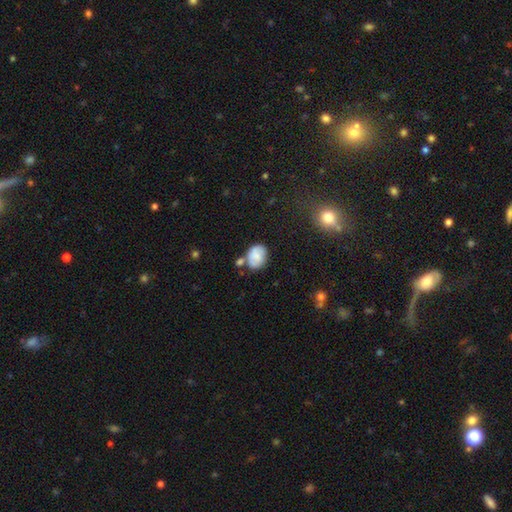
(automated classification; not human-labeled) This appears to be a smooth galaxy with no disk features (77%) that is in between round and cigar-shaped (72%). Merging: none (57%).